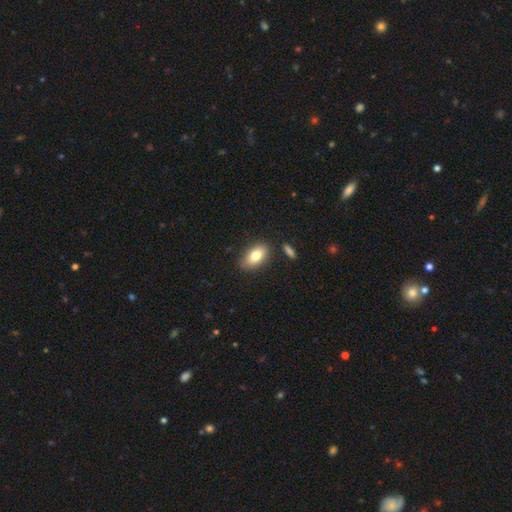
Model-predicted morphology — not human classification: smooth_or_featured: smooth (p=0.79) [alt: featured or disk p=0.13]
how_rounded: in between (p=0.90) [alt: round p=0.07]
merging: none (p=0.82) [alt: minor disturbance p=0.12]